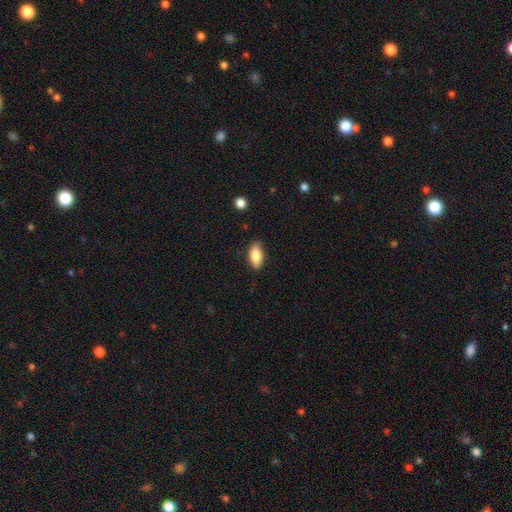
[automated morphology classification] type=smooth (80%); roundness=in between (86%); merging=none (82%).